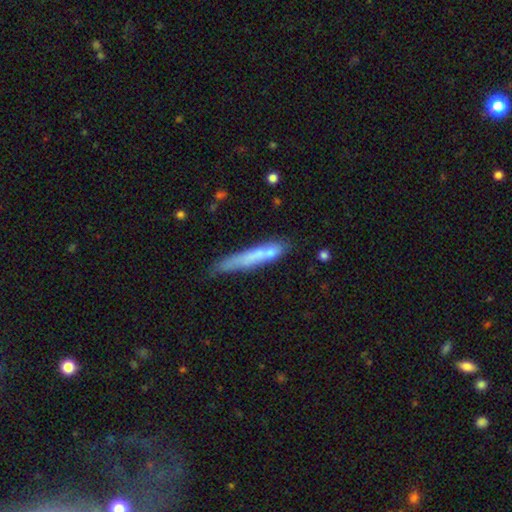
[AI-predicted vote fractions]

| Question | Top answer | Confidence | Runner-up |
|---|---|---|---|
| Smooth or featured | smooth | 63% | featured or disk (30%) |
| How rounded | cigar-shaped | 93% | in between (5%) |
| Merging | none | 63% | minor disturbance (22%) |